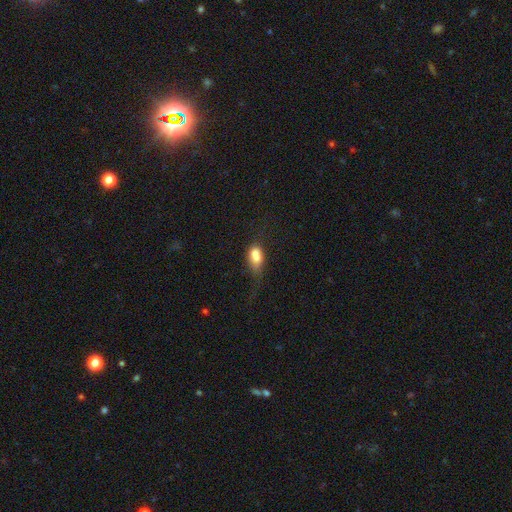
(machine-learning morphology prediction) The model was most divided on "merging": major disturbance: 34%, minor disturbance: 29%, none: 28%, merger: 9%. More confident: how rounded — in between (85%); smooth or featured — smooth (78%).